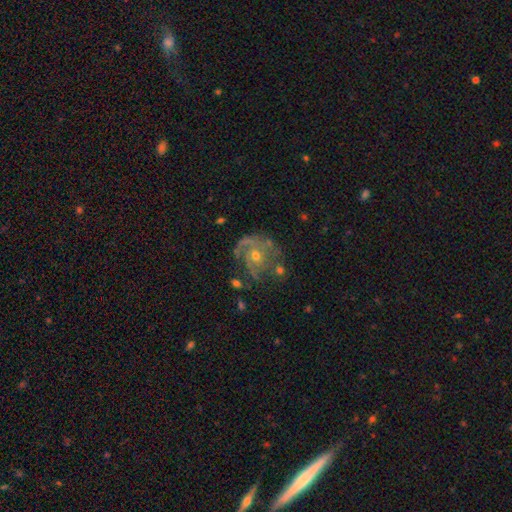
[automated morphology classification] Smooth or featured?
  - featured or disk: 78% *
  - smooth: 14%
  - star or artifact: 8%
Edge-on disk?
  - no: 98% *
  - yes: 2%
Bar?
  - no: 79% *
  - weak: 18%
  - strong: 3%
Spiral arms?
  - yes: 87% *
  - no: 13%
Spiral winding?
  - tight: 43% *
  - medium: 40%
  - loose: 17%
Spiral arm count?
  - 2: 28% *
  - can't tell: 25%
  - 3: 21%
  - 1: 16%
  - 4: 5%
  - more than 4: 5%
Bulge size?
  - moderate: 51% *
  - small: 44%
  - large: 2%
  - none: 2%
  - dominant: 1%
Merging?
  - none: 55% *
  - minor disturbance: 22%
  - major disturbance: 18%
  - merger: 5%